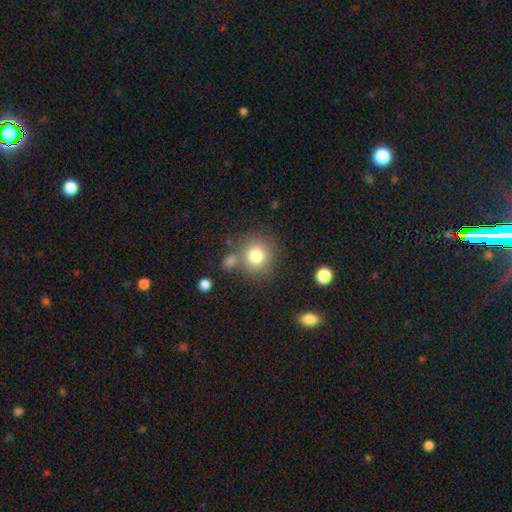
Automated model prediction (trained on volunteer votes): A smooth galaxy with no disk features (80%) that is round (88%). Merging: none (71%).